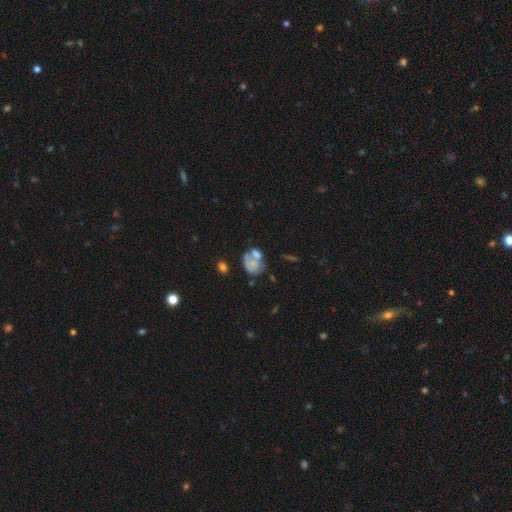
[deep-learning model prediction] Morphology: type=smooth (43%); merging=none (42%).